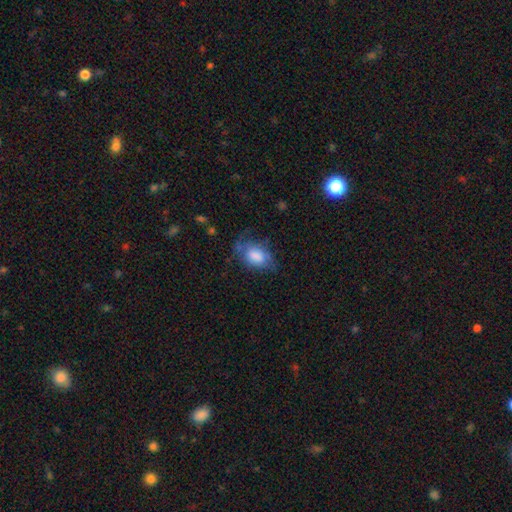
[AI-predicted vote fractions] Morphology: type=smooth (65%); roundness=in between (85%); merging=none (45%).